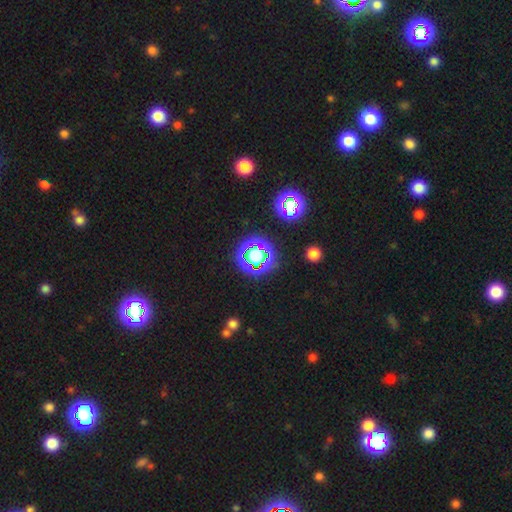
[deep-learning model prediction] Smooth or featured: star or artifact — 57% (smooth — 30%)